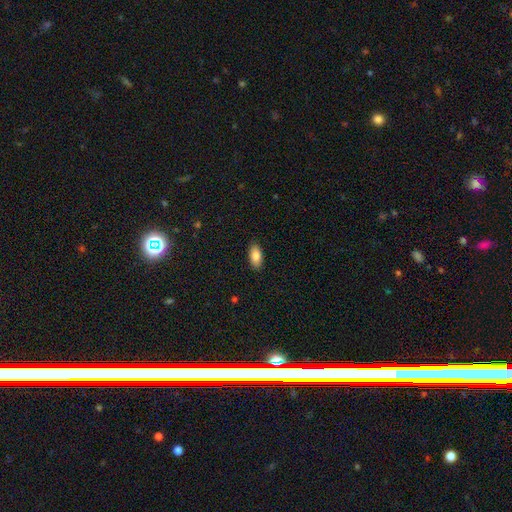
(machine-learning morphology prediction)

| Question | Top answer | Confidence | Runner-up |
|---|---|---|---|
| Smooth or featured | smooth | 84% | featured or disk (9%) |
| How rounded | in between | 91% | cigar-shaped (6%) |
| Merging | none | 89% | minor disturbance (9%) |